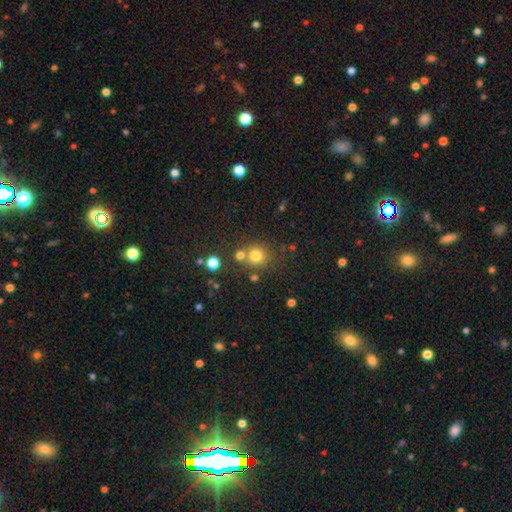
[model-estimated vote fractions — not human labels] Overall: smooth (76%). How rounded: round (88%). Merging: none (63%; merger 24%).